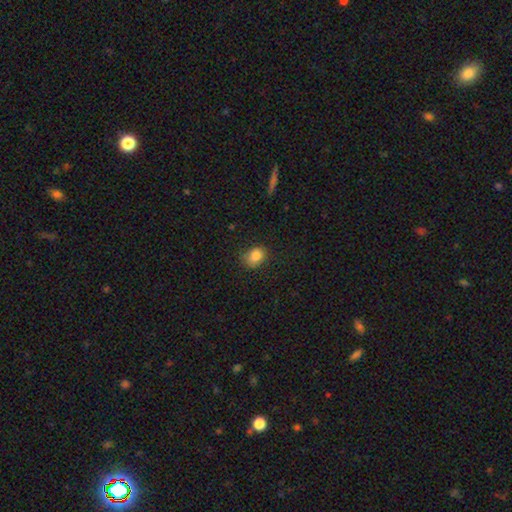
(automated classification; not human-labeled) Smooth or featured?
  - smooth: 84% *
  - star or artifact: 10%
  - featured or disk: 6%
How rounded?
  - in between: 55% *
  - round: 44%
  - cigar-shaped: 1%
Merging?
  - none: 75% *
  - minor disturbance: 19%
  - major disturbance: 4%
  - merger: 1%